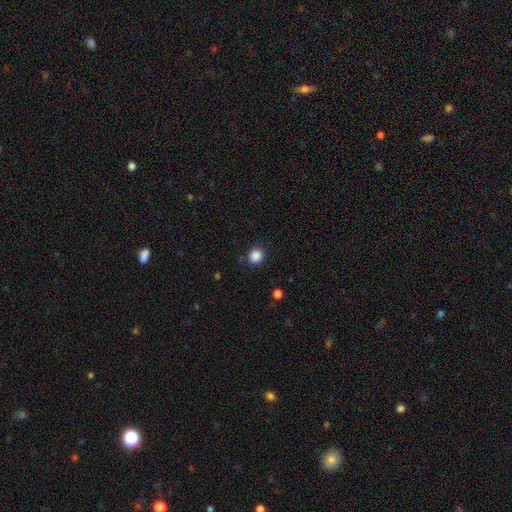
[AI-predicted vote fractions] smooth_or_featured: smooth (p=0.87) [alt: star or artifact p=0.11]
how_rounded: round (p=0.84) [alt: in between p=0.15]
merging: none (p=0.87) [alt: minor disturbance p=0.08]